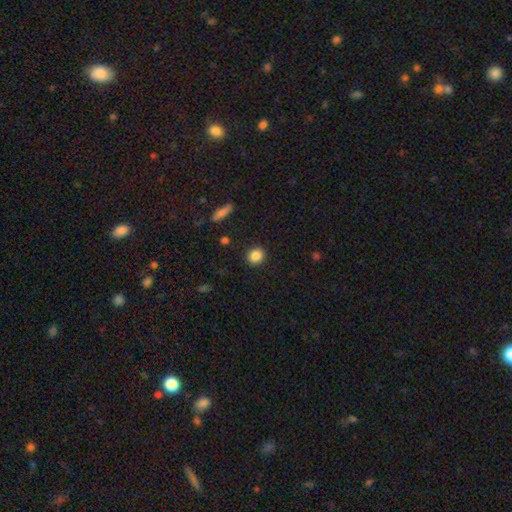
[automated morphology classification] smooth_or_featured: smooth (p=0.86) [alt: star or artifact p=0.09]
how_rounded: round (p=0.81) [alt: in between p=0.18]
merging: none (p=0.91) [alt: minor disturbance p=0.06]